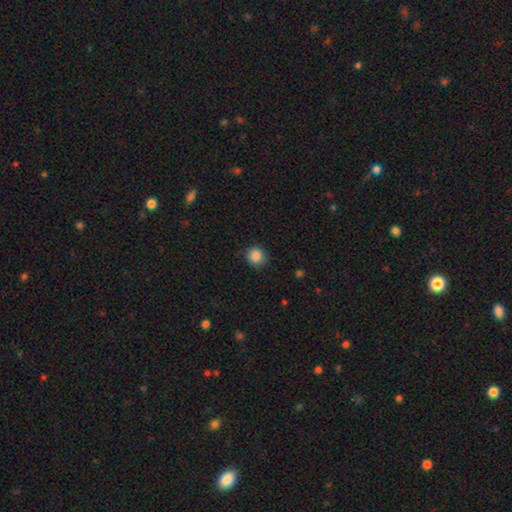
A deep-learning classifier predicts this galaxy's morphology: This appears to be a smooth galaxy with no disk features (87%) that is round (88%). Merging: none (85%).